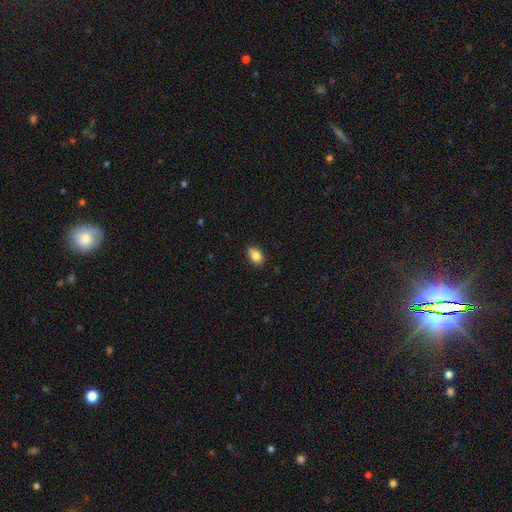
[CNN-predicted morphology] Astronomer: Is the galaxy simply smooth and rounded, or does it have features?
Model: smooth — 85%.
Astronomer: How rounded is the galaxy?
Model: in between — 82%.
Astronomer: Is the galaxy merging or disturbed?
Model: none — 80%.